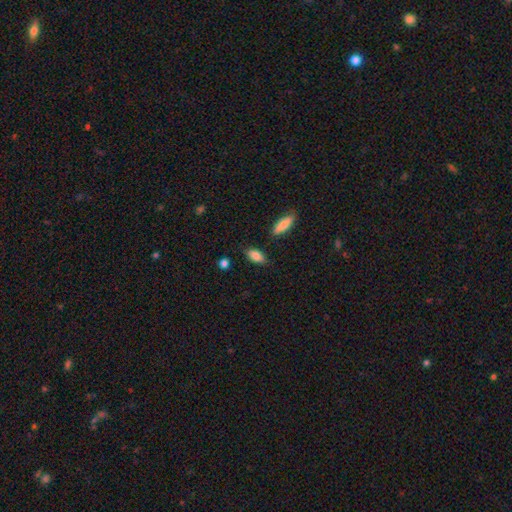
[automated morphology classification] Q: Smooth or featured?
A: smooth (85%); runner-up: featured or disk (7%)
Q: How rounded?
A: in between (88%); runner-up: cigar-shaped (8%)
Q: Merging?
A: none (81%); runner-up: minor disturbance (13%)